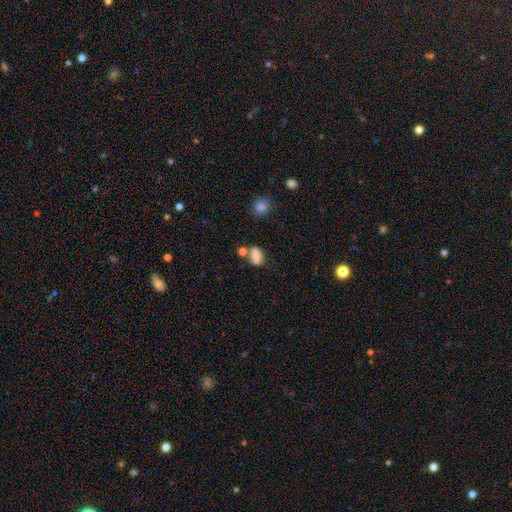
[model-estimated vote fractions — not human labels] Overall: smooth (82%). How rounded: in between (81%). Merging: none (57%; merger 19%).